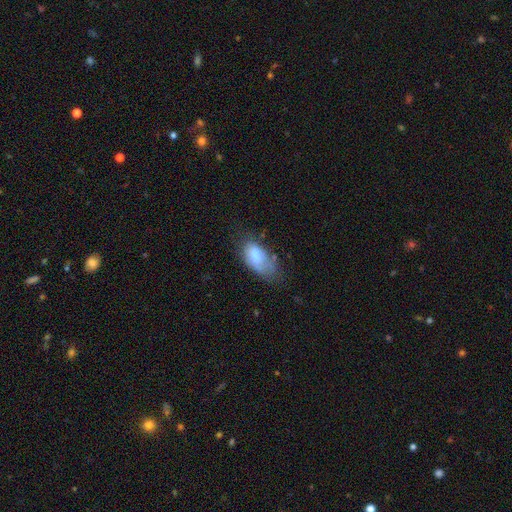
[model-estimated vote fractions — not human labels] Morphology: type=smooth (69%); roundness=in between (92%); merging=none (38%).